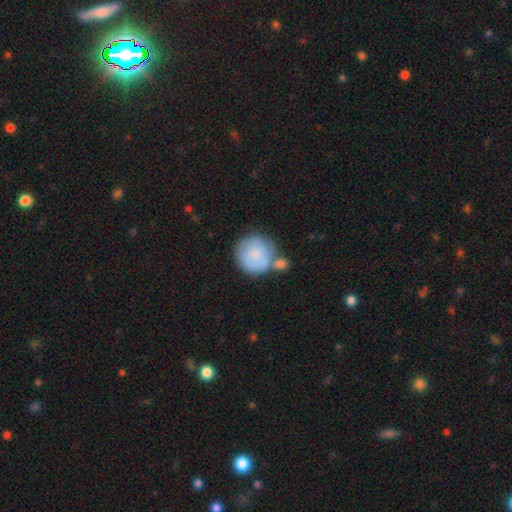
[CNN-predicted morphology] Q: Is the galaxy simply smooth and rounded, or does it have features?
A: smooth — 78%.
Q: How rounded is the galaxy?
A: round — 93%.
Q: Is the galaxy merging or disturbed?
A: none — 46%.